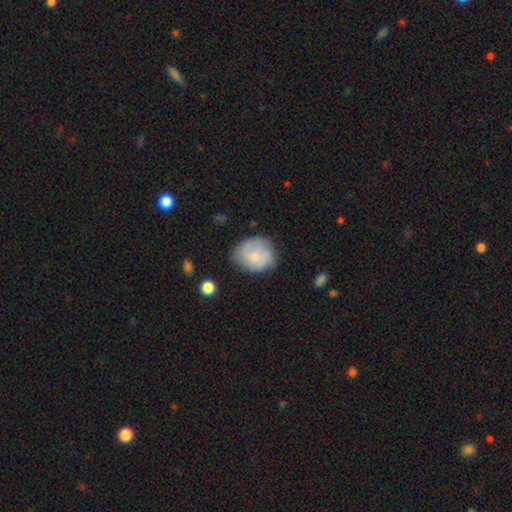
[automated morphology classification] smooth 57%, featured or disk 36%, star or artifact 7%. Down the decision tree: how rounded — round (63%); merging — none (67%).